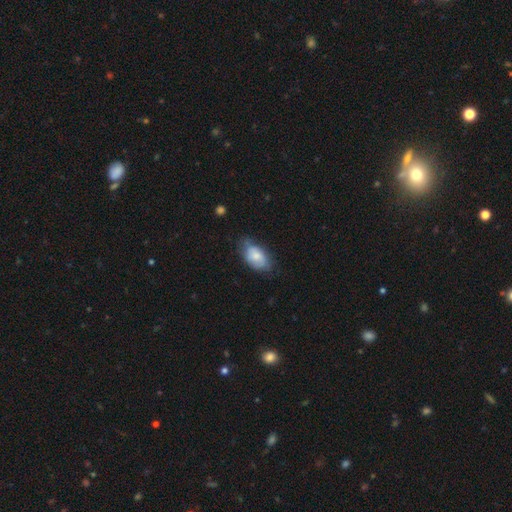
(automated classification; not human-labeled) A smooth galaxy with no disk features (72%) that is in between round and cigar-shaped (92%).

Vote fractions:
- Smooth or featured? smooth: 72% / featured or disk: 21% / star or artifact: 7%
- How rounded? in between: 92% / round: 6% / cigar-shaped: 2%
- Merging? none: 58% / minor disturbance: 32% / major disturbance: 8% / merger: 2%